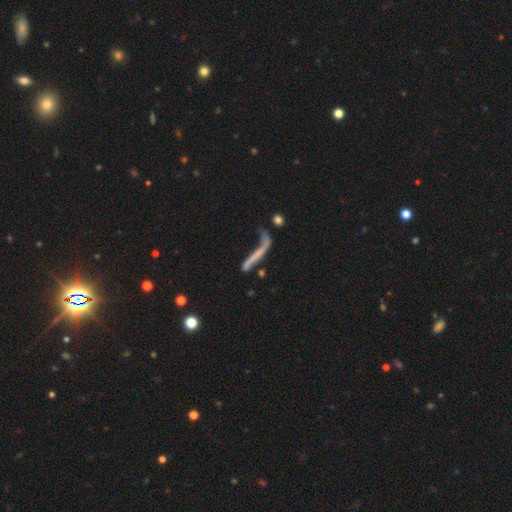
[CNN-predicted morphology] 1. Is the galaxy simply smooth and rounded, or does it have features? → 48% featured or disk, 40% smooth, 12% star or artifact.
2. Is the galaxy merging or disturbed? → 31% none, 30% major disturbance, 20% merger, 19% minor disturbance.